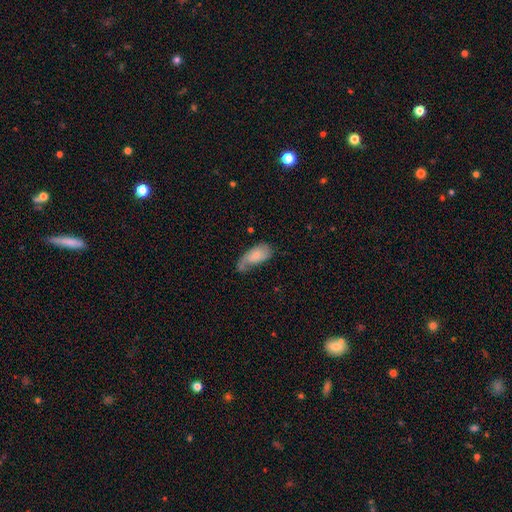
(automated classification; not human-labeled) A smooth galaxy with no disk features (58%) that is in between round and cigar-shaped (90%). Merging: none (35%).